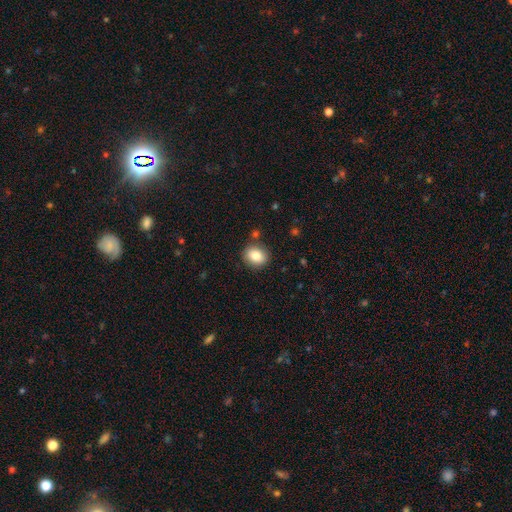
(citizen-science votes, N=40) This appears to be a smooth galaxy with no disk features (90%) that is round (83%). Merging: none (95%).